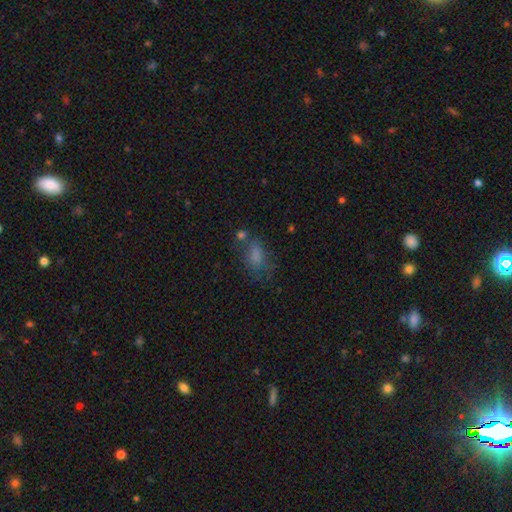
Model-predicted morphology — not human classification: smooth_or_featured: smooth (p=0.71) [alt: star or artifact p=0.16]
how_rounded: in between (p=0.81) [alt: round p=0.13]
merging: none (p=0.52) [alt: minor disturbance p=0.22]